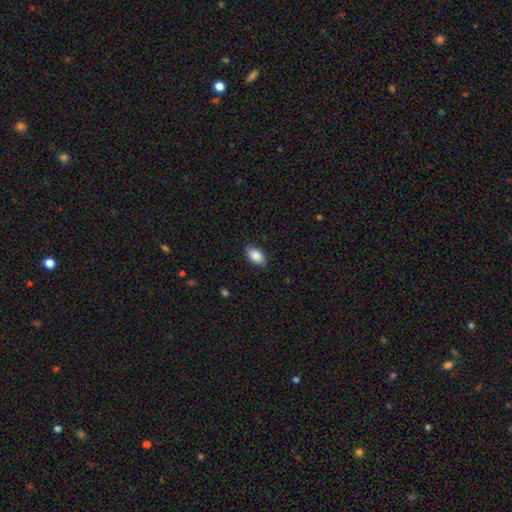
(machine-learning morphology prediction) This is clearly a smooth galaxy (88%). How rounded: clearly in between (92%). Merging: clearly none (86%).